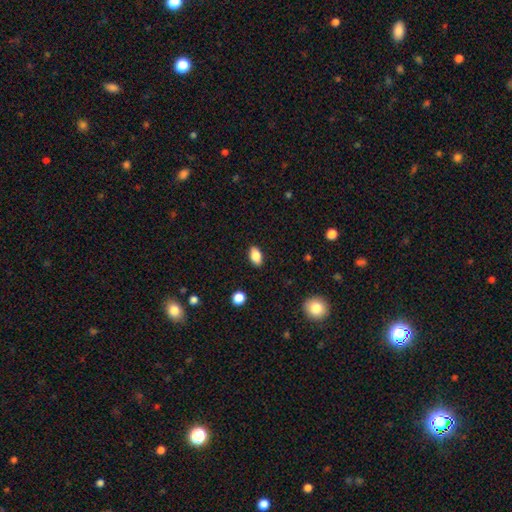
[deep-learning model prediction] Overall: smooth (86%). How rounded: in between (91%). Merging: none (88%).